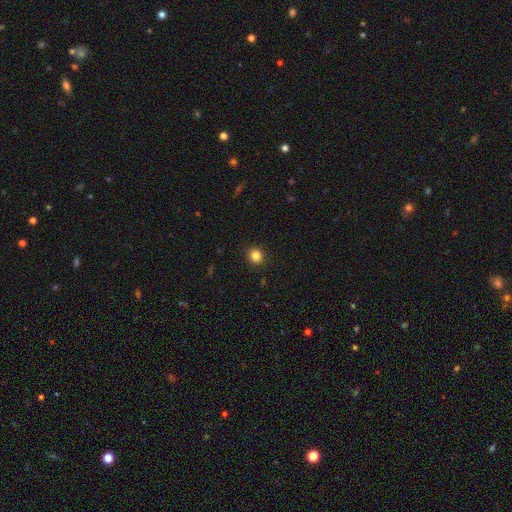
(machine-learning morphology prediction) A smooth galaxy with no disk features (84%) that is round (90%). Merging: none (92%).